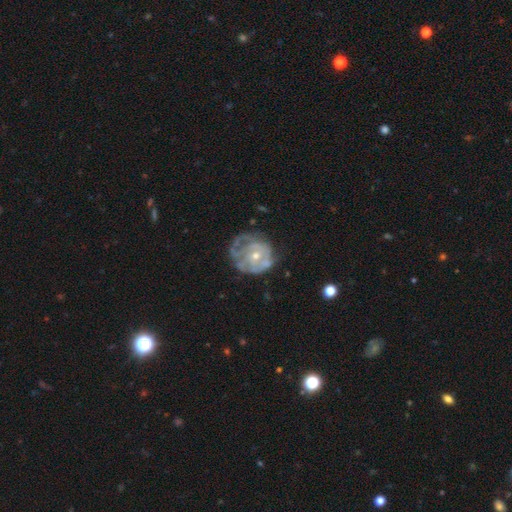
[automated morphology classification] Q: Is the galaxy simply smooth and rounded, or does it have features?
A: featured or disk — 72%.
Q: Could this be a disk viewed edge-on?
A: no — 97%.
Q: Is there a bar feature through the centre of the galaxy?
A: no — 80%.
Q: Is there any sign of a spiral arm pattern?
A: yes — 61%.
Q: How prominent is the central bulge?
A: small — 55%.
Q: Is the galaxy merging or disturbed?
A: none — 50%.